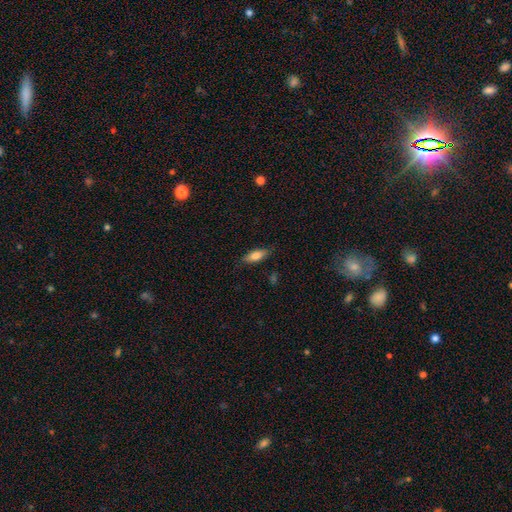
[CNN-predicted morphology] Smooth or featured: smooth — 77% (featured or disk — 16%)
How rounded: in between — 67% (cigar-shaped — 31%)
Merging: none — 83% (minor disturbance — 13%)